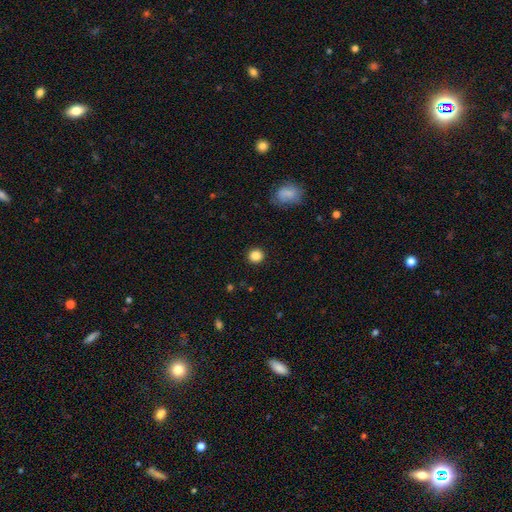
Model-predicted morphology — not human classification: Smooth or featured?
  - smooth: 86% *
  - star or artifact: 11%
  - featured or disk: 4%
How rounded?
  - round: 90% *
  - in between: 9%
  - cigar-shaped: 1%
Merging?
  - none: 91% *
  - minor disturbance: 6%
  - major disturbance: 2%
  - merger: 1%